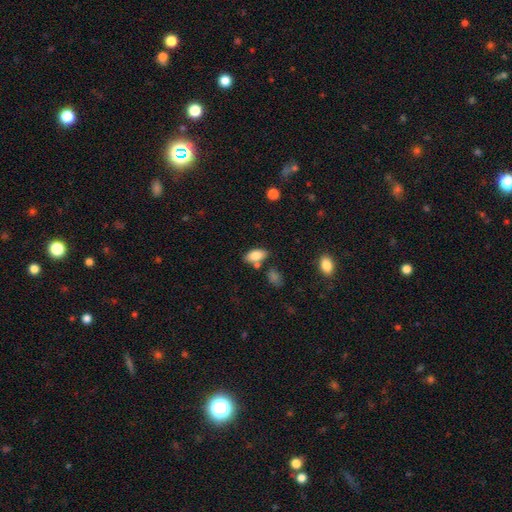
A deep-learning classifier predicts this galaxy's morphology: The model was most divided on "merging": none: 69%, minor disturbance: 14%, merger: 13%, major disturbance: 4%. More confident: how rounded — in between (90%); smooth or featured — smooth (82%).